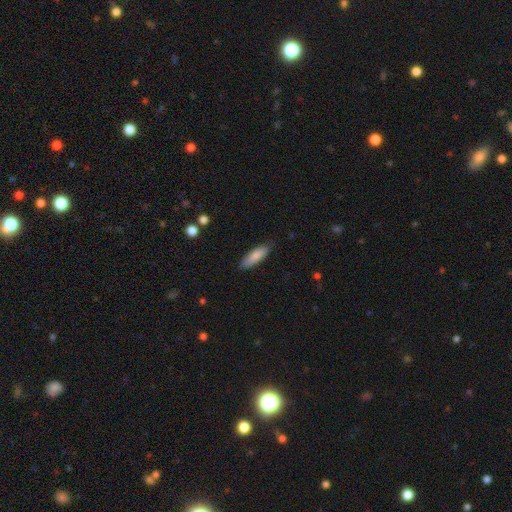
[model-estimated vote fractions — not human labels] The model was most divided on "how rounded" (2-way tie): cigar-shaped: 49%, in between: 49%, round: 2%. More confident: smooth or featured — smooth (86%); merging — none (84%).